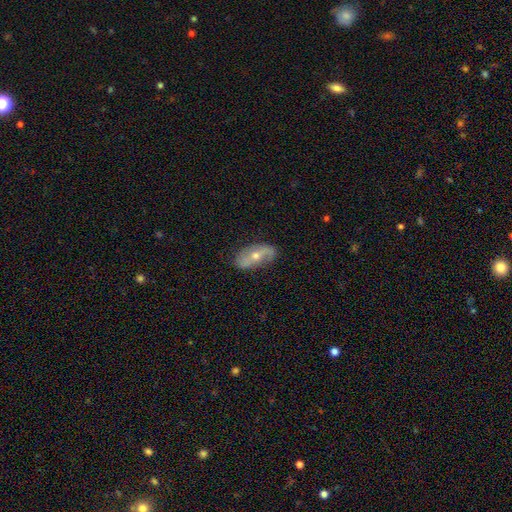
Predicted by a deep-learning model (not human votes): Smooth or featured?
  - featured or disk: 68% *
  - smooth: 25%
  - star or artifact: 8%
Edge-on disk?
  - no: 84% *
  - yes: 16%
Bar?
  - no: 49% *
  - weak: 28%
  - strong: 23%
Spiral arms?
  - yes: 78% *
  - no: 22%
Bulge size?
  - moderate: 55% *
  - small: 42%
  - large: 2%
  - none: 1%
  - dominant: 1%
Merging?
  - none: 78% *
  - minor disturbance: 16%
  - major disturbance: 4%
  - merger: 1%